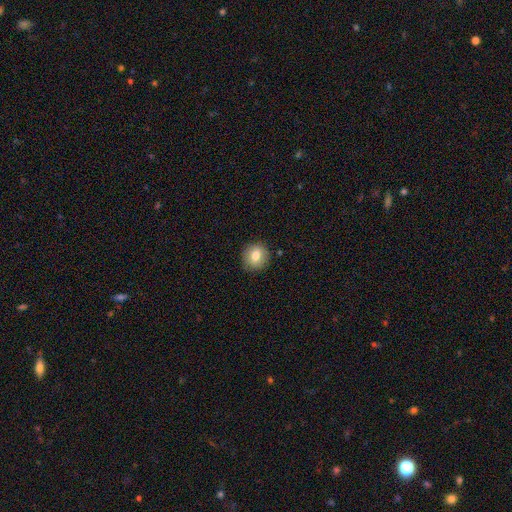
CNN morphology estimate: This is likely a smooth galaxy (79%). How rounded: clearly round (89%). Merging: clearly none (88%).